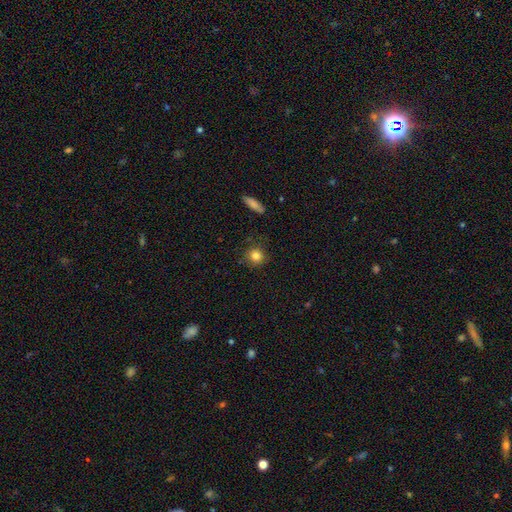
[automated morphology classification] Smooth or featured? smooth (84%)
How rounded? round (90%)
Merging? none (86%)